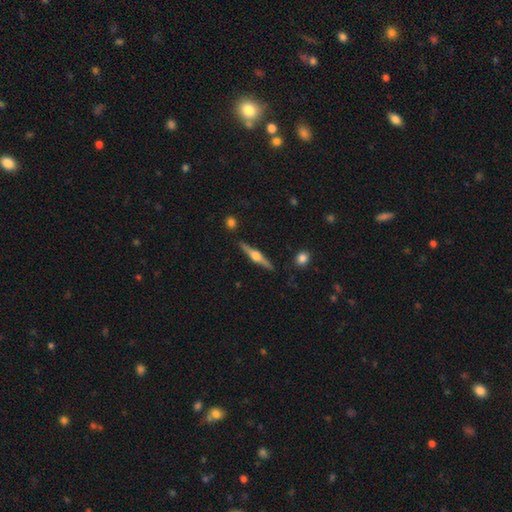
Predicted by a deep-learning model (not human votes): Q: Smooth or featured?
A: featured or disk (74%); runner-up: smooth (20%)
Q: Edge-on disk?
A: yes (98%); runner-up: no (2%)
Q: Edge-on bulge?
A: rounded (94%); runner-up: boxy (4%)
Q: Merging?
A: none (89%); runner-up: minor disturbance (7%)